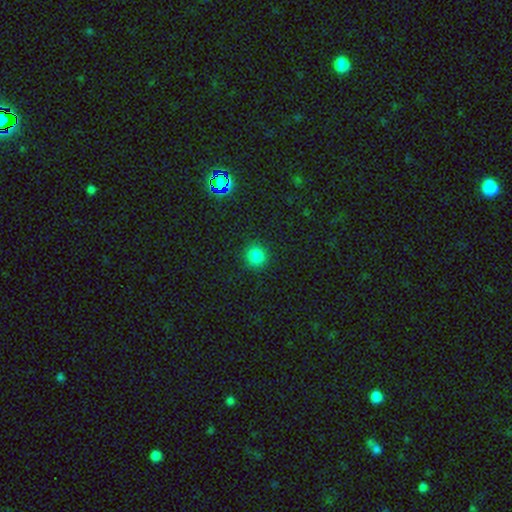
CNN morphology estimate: This is clearly a smooth galaxy (82%). How rounded: clearly round (90%). Merging: clearly none (90%).